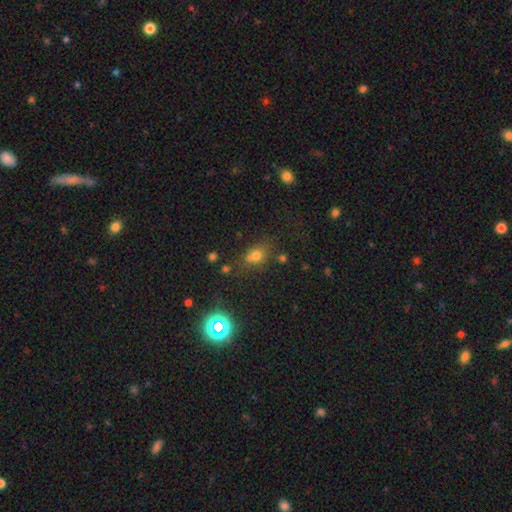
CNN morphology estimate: smooth_or_featured: smooth (p=0.66) [alt: star or artifact p=0.23]
how_rounded: round (p=0.50) [alt: in between p=0.47]
merging: none (p=0.59) [alt: minor disturbance p=0.17]